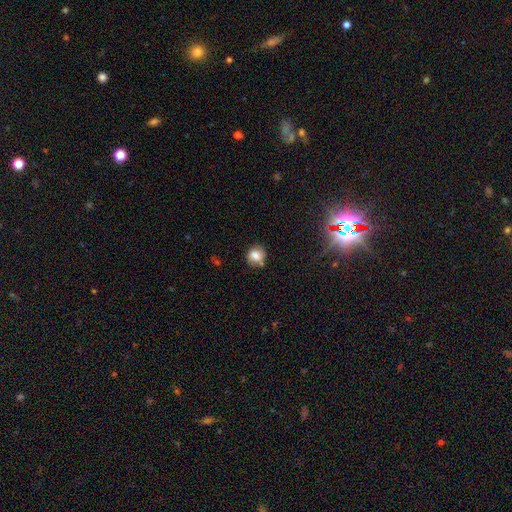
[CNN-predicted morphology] type=smooth (77%); roundness=round (82%); merging=none (71%).